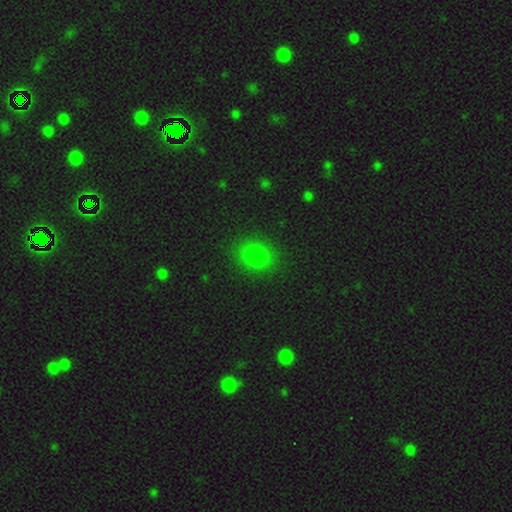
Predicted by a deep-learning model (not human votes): Overall: smooth (80%). How rounded: round (62%; in between 37%). Merging: none (88%).